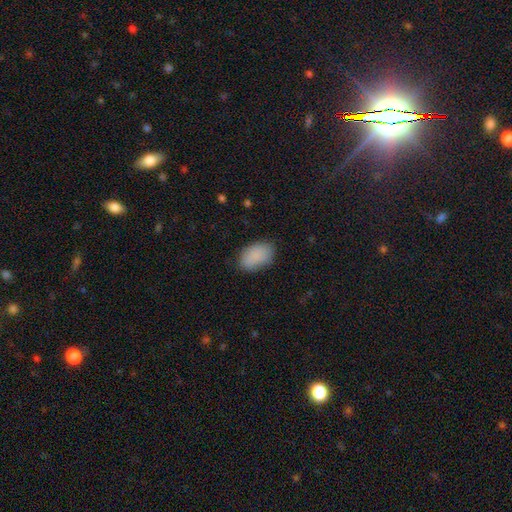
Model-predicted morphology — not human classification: Q: Smooth or featured?
A: smooth (88%); runner-up: star or artifact (7%)
Q: How rounded?
A: in between (91%); runner-up: round (8%)
Q: Merging?
A: none (81%); runner-up: minor disturbance (15%)